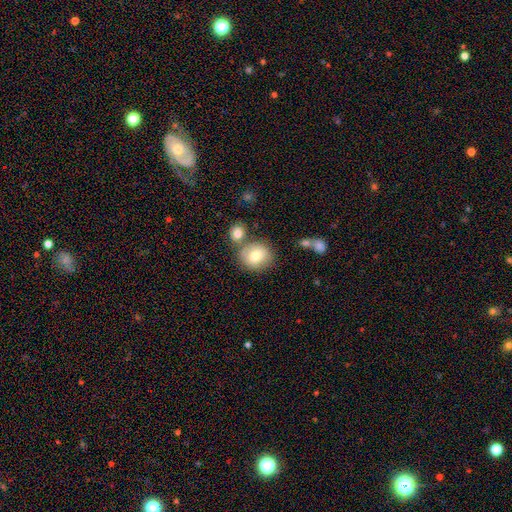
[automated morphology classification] Smooth or featured? Predicted: smooth (p=0.76). How rounded? Predicted: round (p=0.76). Merging? Predicted: none (p=0.62).